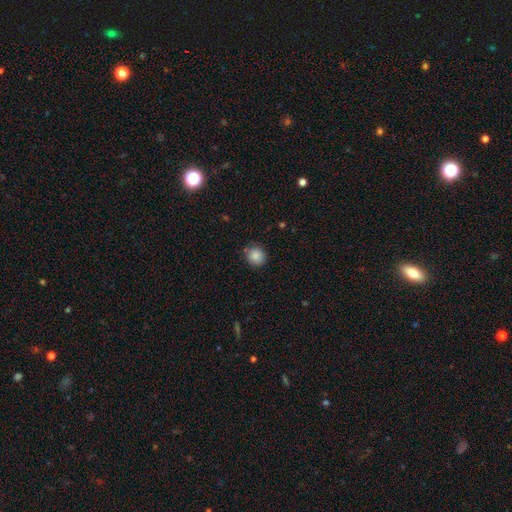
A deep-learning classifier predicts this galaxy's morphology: smooth_or_featured: smooth (p=0.87) [alt: star or artifact p=0.09]
how_rounded: round (p=0.87) [alt: in between p=0.13]
merging: none (p=0.82) [alt: minor disturbance p=0.13]